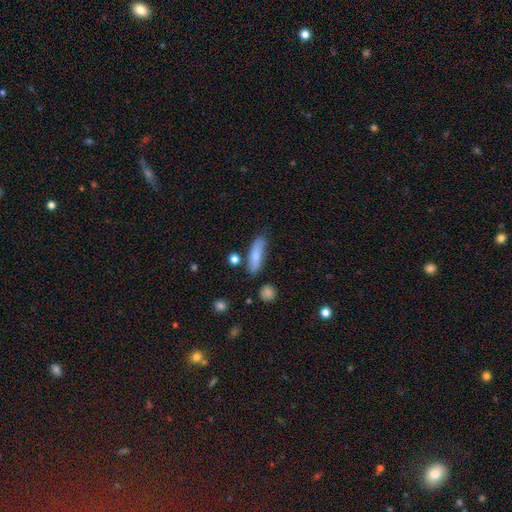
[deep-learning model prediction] Morphology: type=smooth (77%); roundness=cigar-shaped (54%); merging=none (72%).